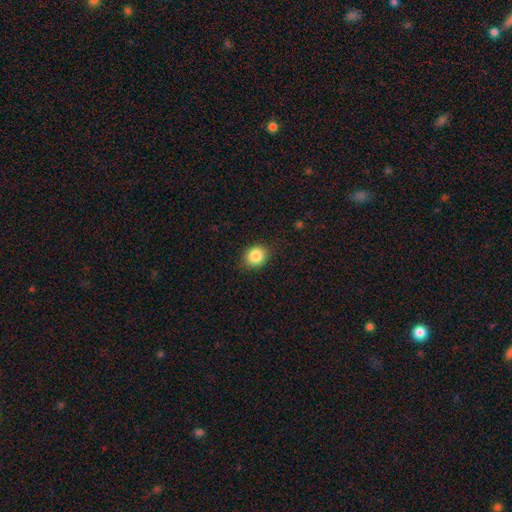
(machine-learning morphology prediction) smooth 86%, star or artifact 9%, featured or disk 5%. Down the decision tree: how rounded — round (70%); merging — none (86%).